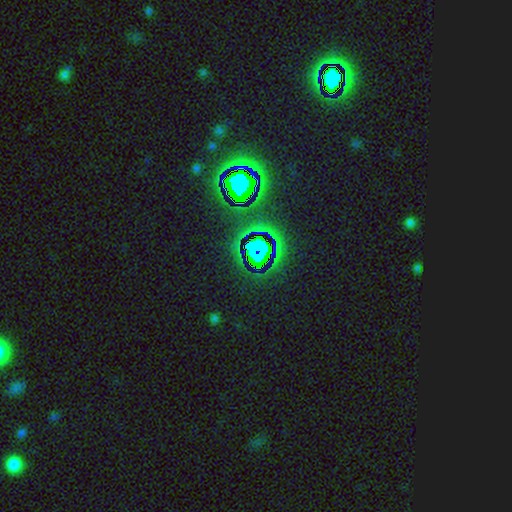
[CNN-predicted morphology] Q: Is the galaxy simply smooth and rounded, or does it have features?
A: star or artifact — 81%.